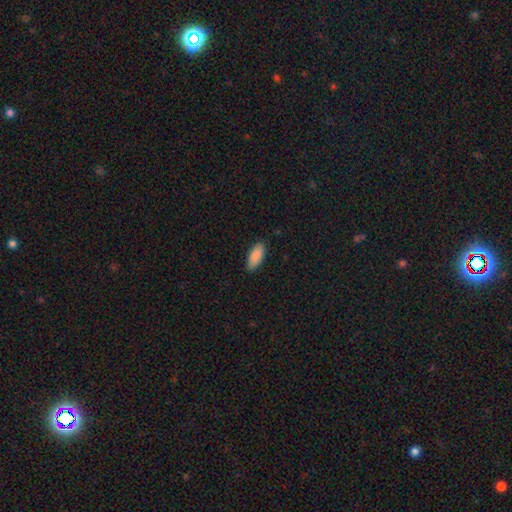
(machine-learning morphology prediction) Smooth or featured?
  - smooth: 89% *
  - star or artifact: 6%
  - featured or disk: 5%
How rounded?
  - in between: 85% *
  - cigar-shaped: 13%
  - round: 2%
Merging?
  - none: 85% *
  - minor disturbance: 12%
  - major disturbance: 2%
  - merger: 1%